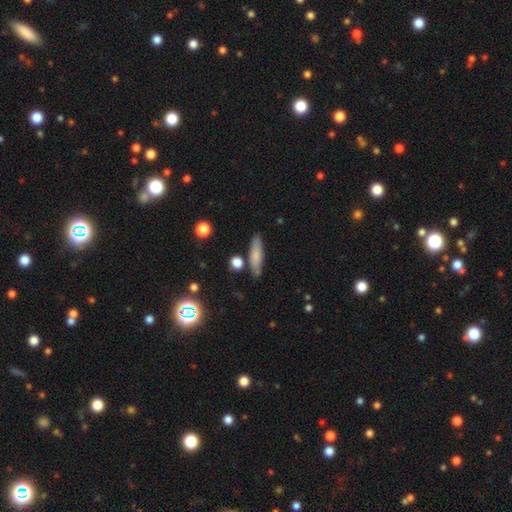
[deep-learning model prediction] Smooth or featured? Predicted: smooth (p=0.76). How rounded? Predicted: cigar-shaped (p=0.67). Merging? Predicted: none (p=0.79).